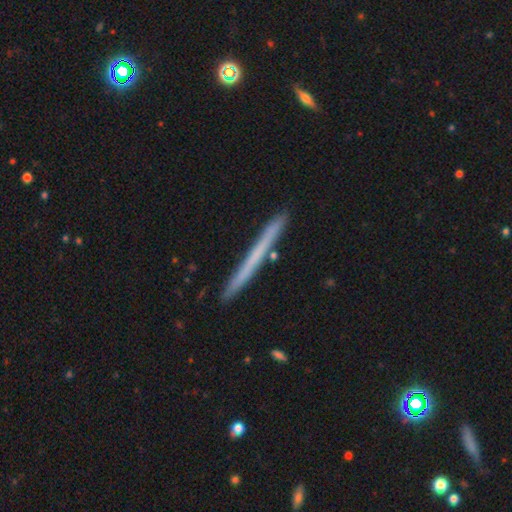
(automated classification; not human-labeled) Morphology: type=featured or disk (47%); merging=none (89%).